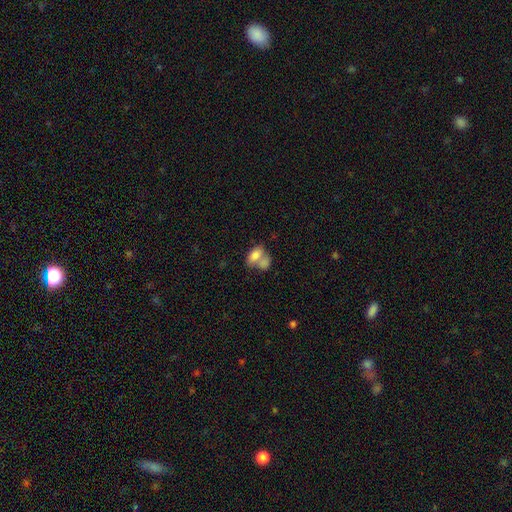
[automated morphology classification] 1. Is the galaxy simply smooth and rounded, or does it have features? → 78% smooth, 14% featured or disk, 8% star or artifact.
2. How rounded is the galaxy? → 86% in between, 11% round, 2% cigar-shaped.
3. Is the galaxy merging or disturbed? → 61% merger, 24% none, 9% minor disturbance, 6% major disturbance.